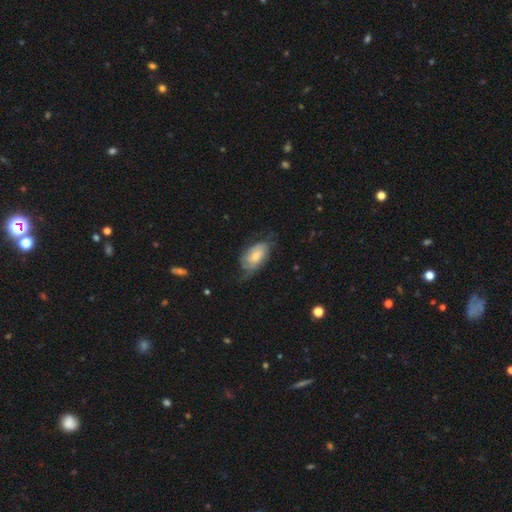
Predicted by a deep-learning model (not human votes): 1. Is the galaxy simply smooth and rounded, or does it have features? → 54% featured or disk, 39% smooth, 6% star or artifact.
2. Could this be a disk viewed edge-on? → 93% no, 7% yes.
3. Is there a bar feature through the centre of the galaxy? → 67% no, 28% weak, 5% strong.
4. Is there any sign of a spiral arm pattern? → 82% yes, 18% no.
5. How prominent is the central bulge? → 54% moderate, 33% small, 8% large, 4% none, 1% dominant.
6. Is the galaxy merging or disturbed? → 51% none, 30% minor disturbance, 17% major disturbance, 1% merger.